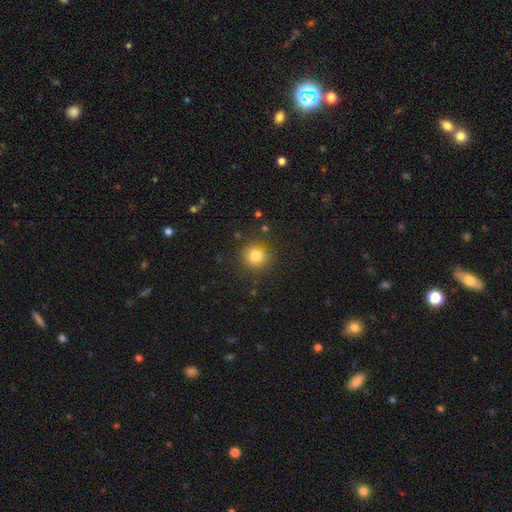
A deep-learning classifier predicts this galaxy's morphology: smooth_or_featured: smooth (p=0.81) [alt: star or artifact p=0.12]
how_rounded: round (p=0.91) [alt: in between p=0.08]
merging: none (p=0.88) [alt: minor disturbance p=0.08]